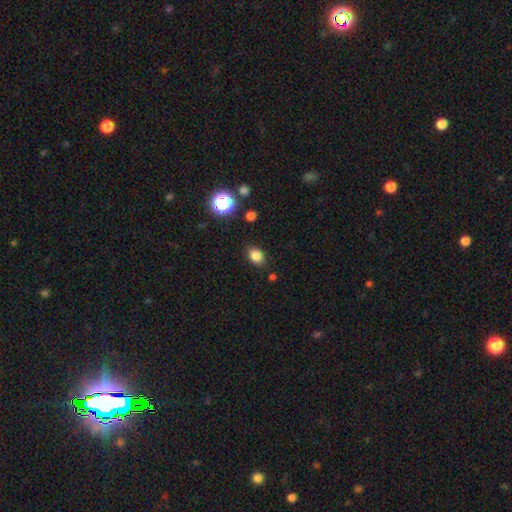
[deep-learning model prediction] smooth 83%, star or artifact 12%, featured or disk 5%. Down the decision tree: how rounded — in between (68%); merging — none (85%).